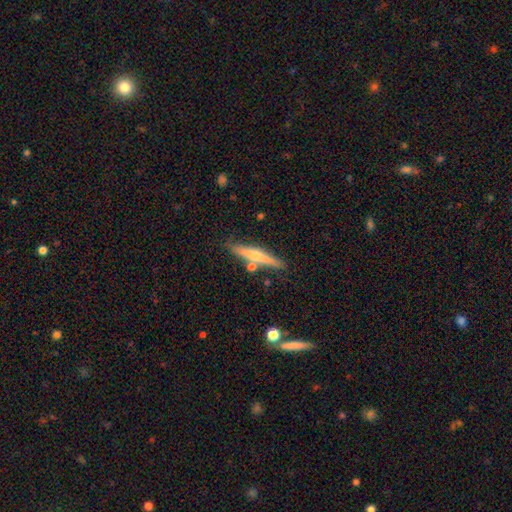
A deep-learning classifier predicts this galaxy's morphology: Overall: smooth (51%; featured or disk 43%). How rounded: cigar-shaped (91%). Merging: none (78%).